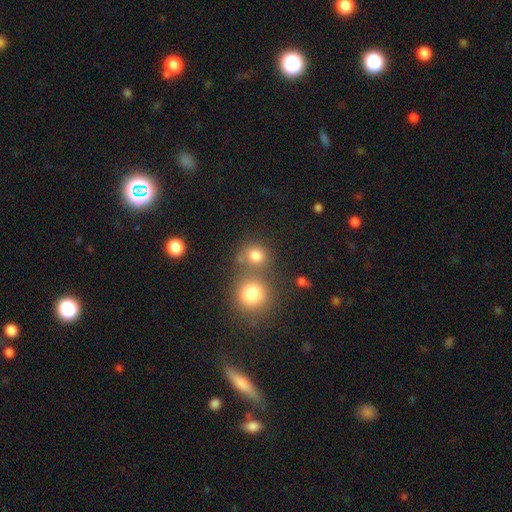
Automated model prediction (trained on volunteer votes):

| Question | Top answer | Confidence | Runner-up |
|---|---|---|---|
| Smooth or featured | smooth | 78% | star or artifact (14%) |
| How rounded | round | 81% | in between (18%) |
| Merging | none | 52% | merger (34%) |